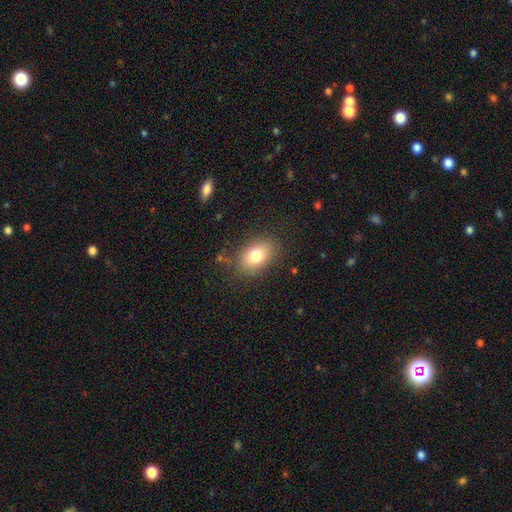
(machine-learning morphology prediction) smooth 78%, featured or disk 12%, star or artifact 10%. Down the decision tree: how rounded — in between (82%); merging — none (81%).